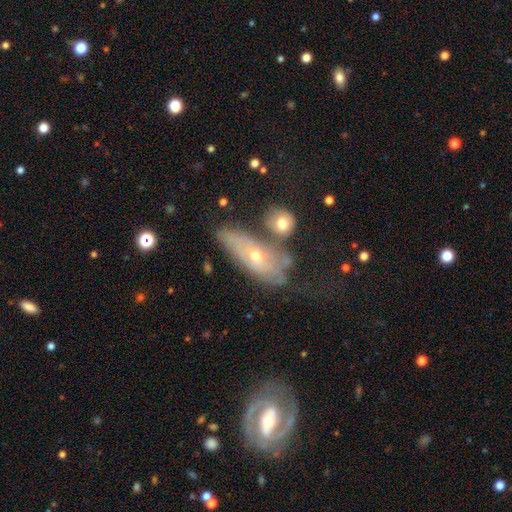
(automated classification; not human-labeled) Smooth or featured: featured or disk — 56% (smooth — 35%)
Edge-on disk: no — 77% (yes — 23%)
Merging: none — 46% (minor disturbance — 24%)